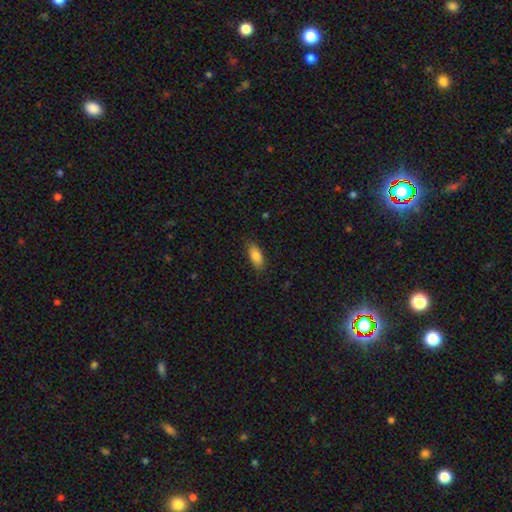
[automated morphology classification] The model was most divided on "how rounded": in between: 85%, cigar-shaped: 13%, round: 2%. More confident: merging — none (85%); smooth or featured — smooth (83%).